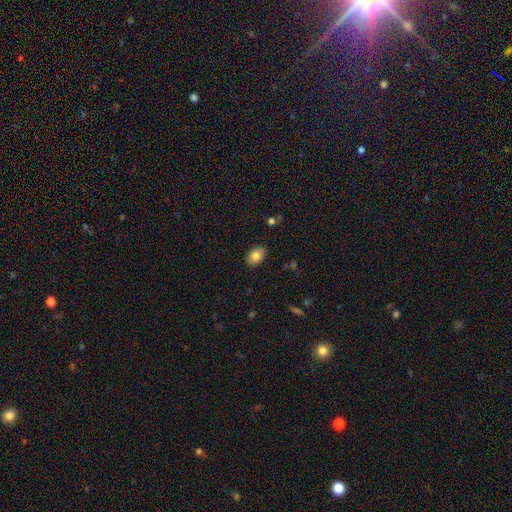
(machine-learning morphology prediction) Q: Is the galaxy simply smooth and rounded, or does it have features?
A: smooth — 82%.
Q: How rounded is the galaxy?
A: in between — 81%.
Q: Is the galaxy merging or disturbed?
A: none — 87%.